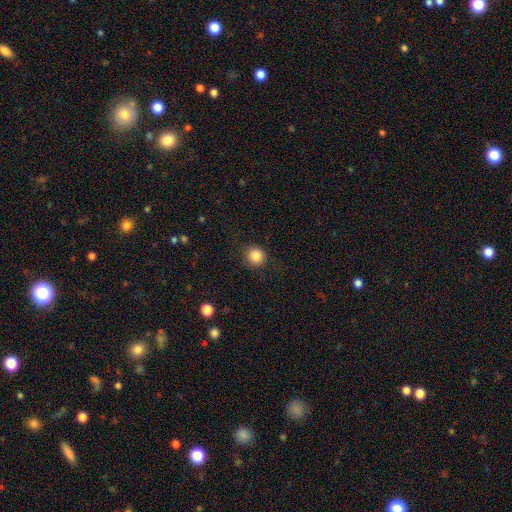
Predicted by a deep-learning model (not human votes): Q: Smooth or featured?
A: smooth (85%); runner-up: star or artifact (10%)
Q: How rounded?
A: round (91%); runner-up: in between (8%)
Q: Merging?
A: none (89%); runner-up: minor disturbance (7%)